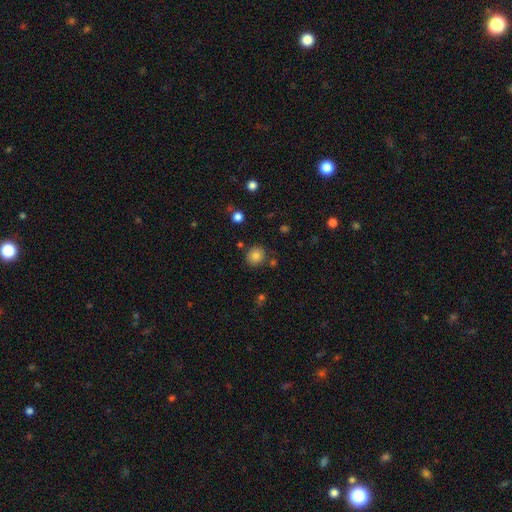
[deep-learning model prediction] This appears to be a smooth galaxy with no disk features (82%) that is round (88%). Merging: none (83%).